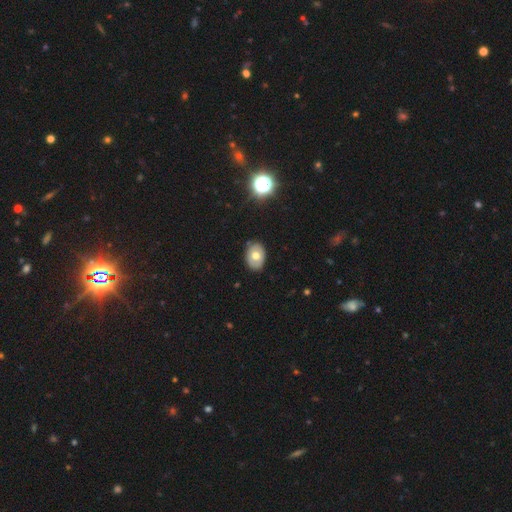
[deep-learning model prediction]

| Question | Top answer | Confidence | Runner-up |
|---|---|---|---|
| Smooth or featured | smooth | 63% | featured or disk (27%) |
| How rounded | in between | 74% | round (25%) |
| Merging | none | 86% | minor disturbance (11%) |